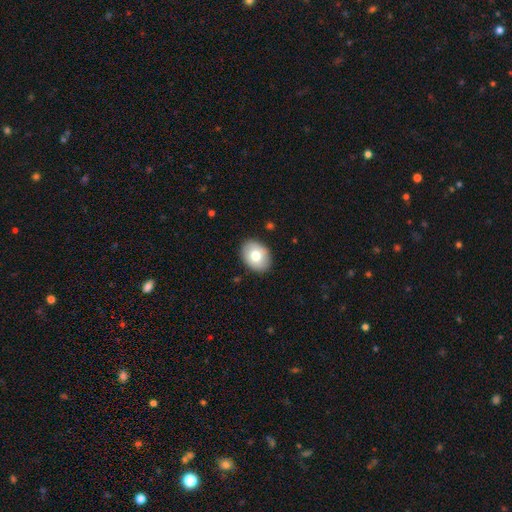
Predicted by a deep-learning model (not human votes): Morphology: type=smooth (75%); roundness=in between (73%); merging=none (88%).